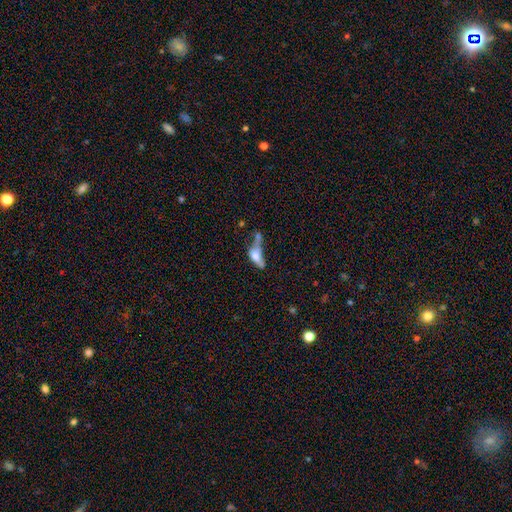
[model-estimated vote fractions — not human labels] The model was most divided on "merging": merger: 40%, major disturbance: 28%, none: 18%, minor disturbance: 14%. More confident: how rounded — in between (70%); smooth or featured — smooth (51%).